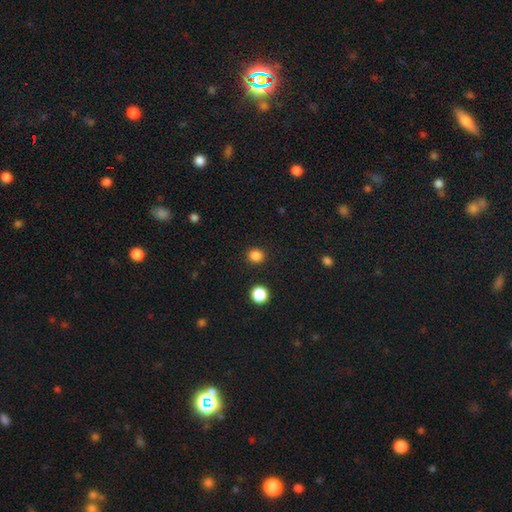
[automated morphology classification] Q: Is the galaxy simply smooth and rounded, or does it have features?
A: smooth — 85%.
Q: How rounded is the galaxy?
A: round — 85%.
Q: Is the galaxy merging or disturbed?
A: none — 90%.